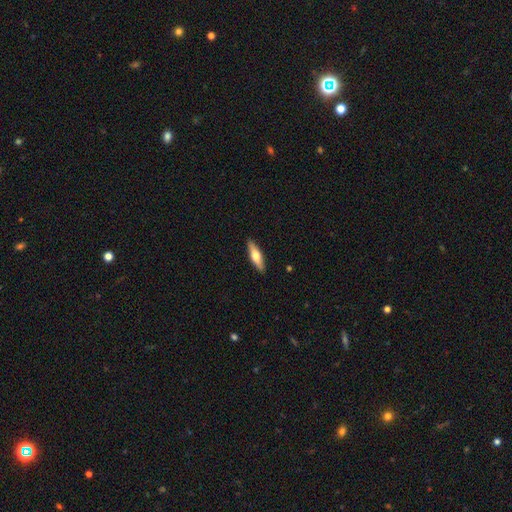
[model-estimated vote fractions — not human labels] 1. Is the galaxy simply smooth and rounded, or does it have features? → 53% smooth, 42% featured or disk, 5% star or artifact.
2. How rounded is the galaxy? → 63% cigar-shaped, 35% in between, 2% round.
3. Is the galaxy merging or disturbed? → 90% none, 8% minor disturbance, 2% major disturbance, 1% merger.